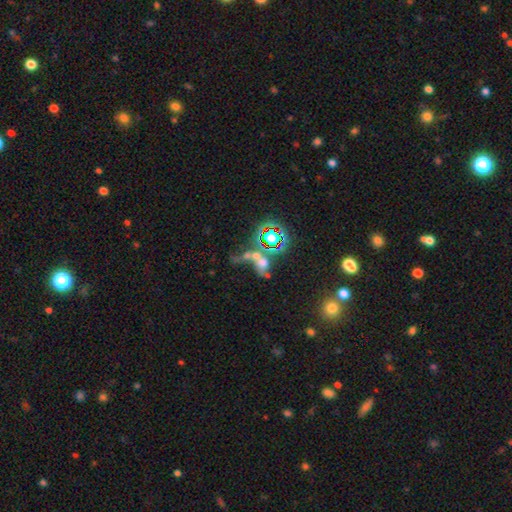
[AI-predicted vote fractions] A star or artifact, not a galaxy (67%).

Vote fractions:
- Smooth or featured? star or artifact: 67% / smooth: 17% / featured or disk: 16%